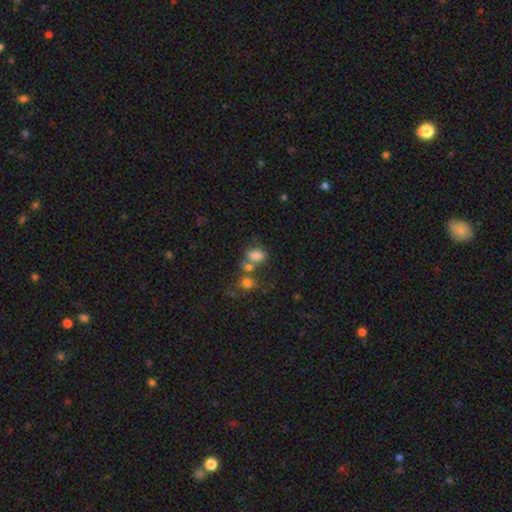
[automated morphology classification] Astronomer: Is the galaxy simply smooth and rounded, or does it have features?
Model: smooth — 78%.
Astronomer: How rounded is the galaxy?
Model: in between — 66%.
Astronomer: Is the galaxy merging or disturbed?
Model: none — 40% (runner-up: merger, 38%).